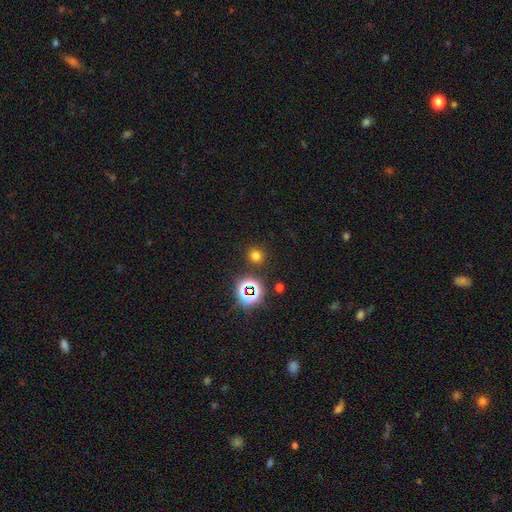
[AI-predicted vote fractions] The model was most divided on "smooth or featured": smooth: 67%, star or artifact: 27%, featured or disk: 6%. More confident: how rounded — round (88%); merging — none (88%).